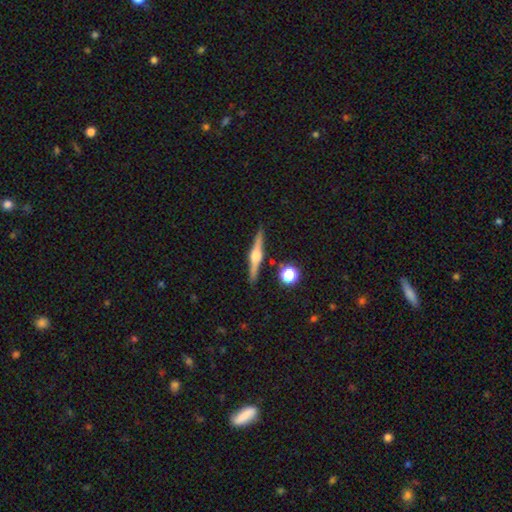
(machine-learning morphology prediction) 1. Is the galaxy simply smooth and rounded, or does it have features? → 79% featured or disk, 14% smooth, 6% star or artifact.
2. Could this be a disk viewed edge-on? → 98% yes, 2% no.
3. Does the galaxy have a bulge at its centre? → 93% rounded, 6% boxy, 2% none.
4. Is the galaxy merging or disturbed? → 90% none, 6% minor disturbance, 2% merger, 2% major disturbance.